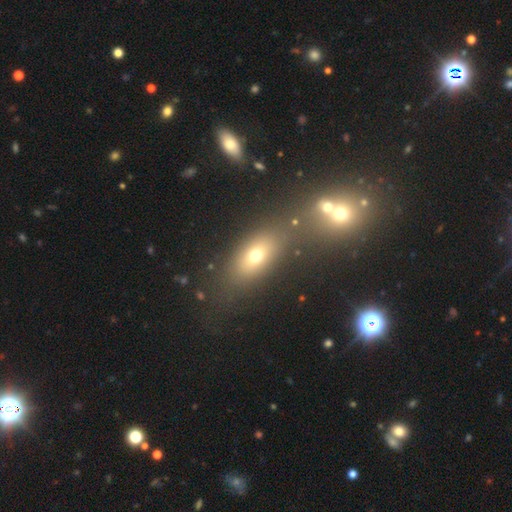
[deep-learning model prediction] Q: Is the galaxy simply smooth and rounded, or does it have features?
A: smooth — 66%.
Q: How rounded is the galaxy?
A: in between — 70%.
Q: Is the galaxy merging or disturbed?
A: none — 61%.